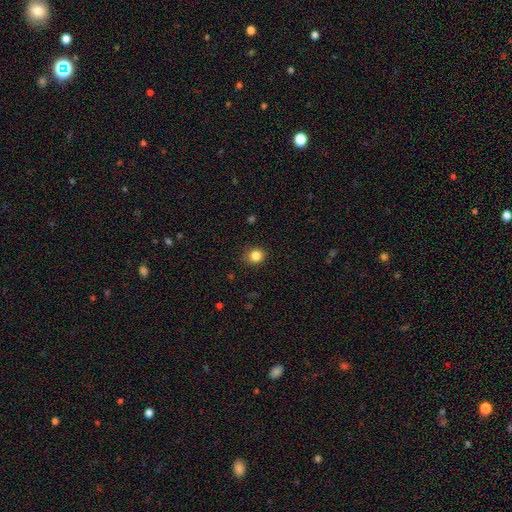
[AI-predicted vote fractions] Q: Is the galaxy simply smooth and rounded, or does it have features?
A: smooth — 84%.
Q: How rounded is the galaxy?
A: round — 80%.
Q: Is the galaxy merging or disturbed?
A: none — 87%.